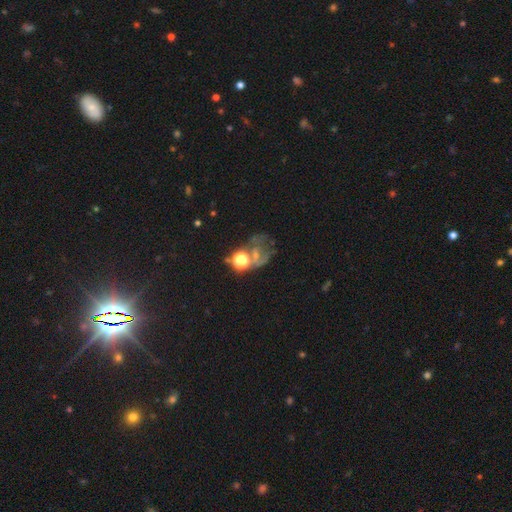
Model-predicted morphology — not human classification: star or artifact 43%, featured or disk 30%, smooth 27%.